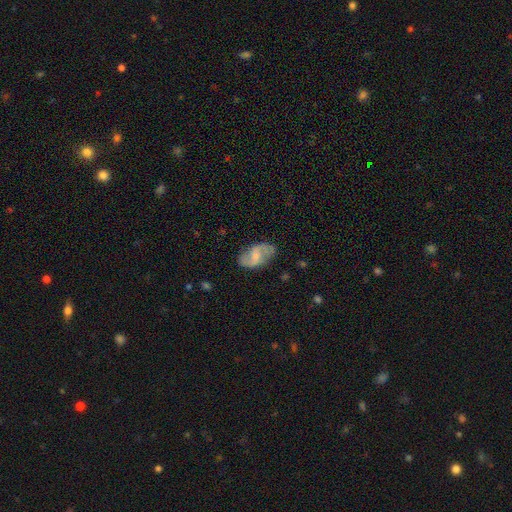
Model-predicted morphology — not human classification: This appears to be a featured or disk galaxy (66%) with a weak bar (52%), 2 (89%) loose (50%) spiral arms (90%) and a small central bulge (47%). Merging: none (77%).